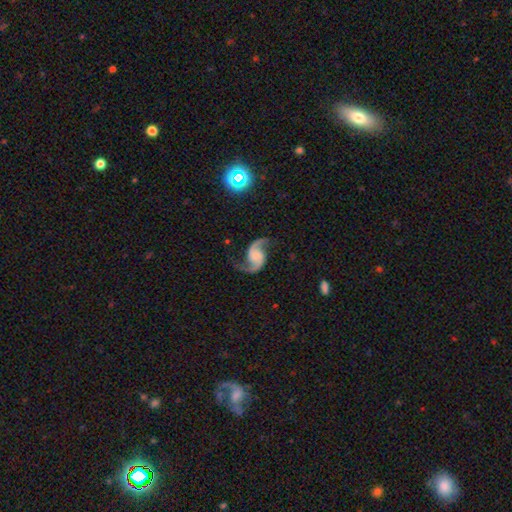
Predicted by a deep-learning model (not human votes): Morphology: type=featured or disk (92%); edge-on=no (98%); bar=no (63%); spiral arms=yes (98%); winding=loose (66%); arm count=2 (95%); bulge=none (61%); merging=none (78%).